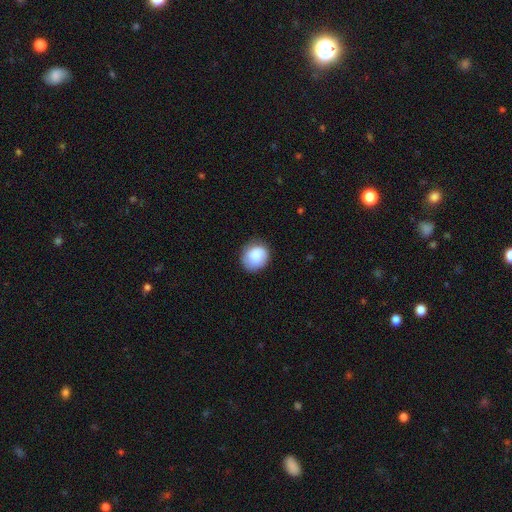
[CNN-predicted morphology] A smooth galaxy with no disk features (82%) that is round (80%). Merging: none (79%).